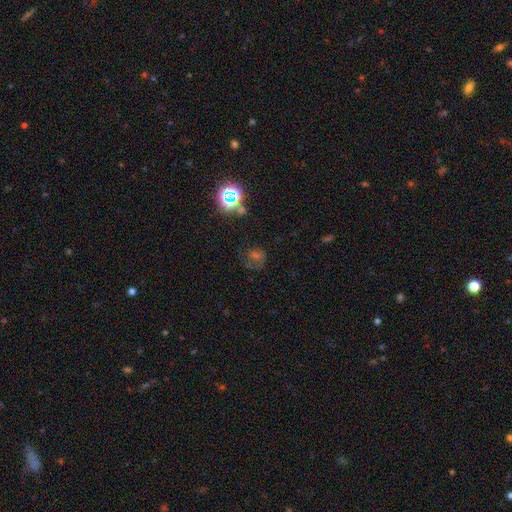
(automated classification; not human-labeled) Morphology: type=star or artifact (40%).